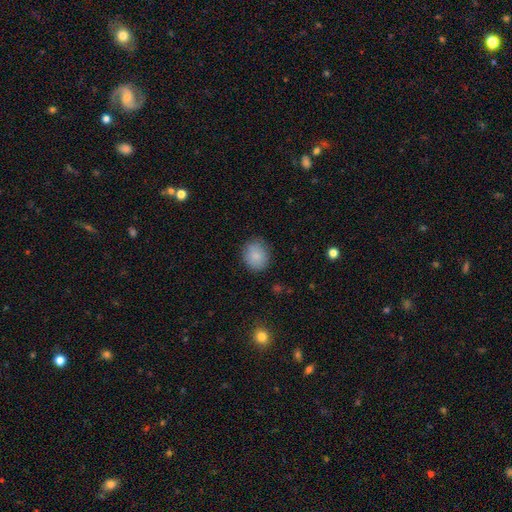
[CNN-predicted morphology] Q: Smooth or featured?
A: smooth (86%); runner-up: star or artifact (8%)
Q: How rounded?
A: round (71%); runner-up: in between (28%)
Q: Merging?
A: none (84%); runner-up: minor disturbance (12%)